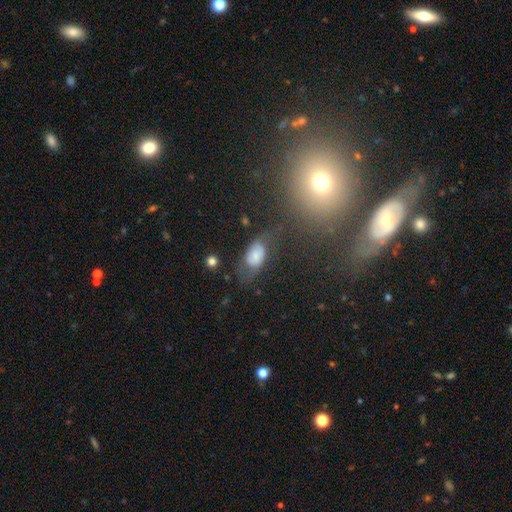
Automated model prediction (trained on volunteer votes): A smooth galaxy with no disk features (58%) that is in between round and cigar-shaped (88%).

Vote fractions:
- Smooth or featured? smooth: 58% / featured or disk: 30% / star or artifact: 11%
- How rounded? in between: 88% / round: 8% / cigar-shaped: 4%
- Merging? none: 48% / minor disturbance: 28% / major disturbance: 20% / merger: 5%